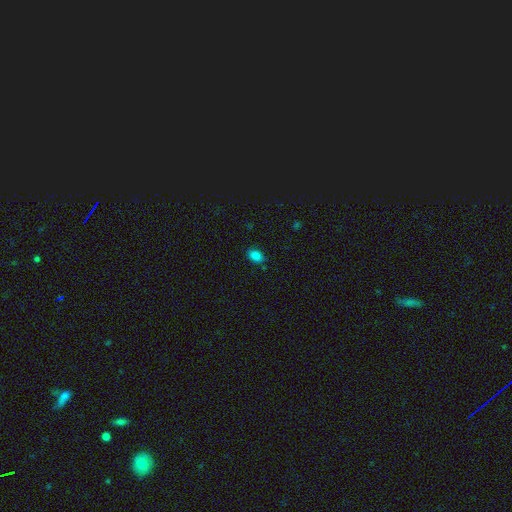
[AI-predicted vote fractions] smooth_or_featured: smooth (p=0.84) [alt: star or artifact p=0.12]
how_rounded: in between (p=0.83) [alt: round p=0.16]
merging: none (p=0.85) [alt: minor disturbance p=0.11]